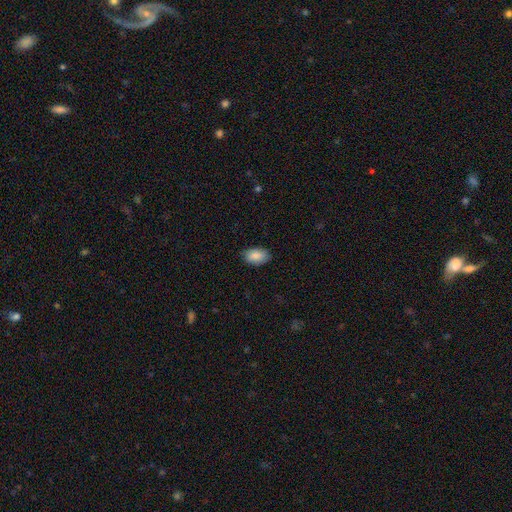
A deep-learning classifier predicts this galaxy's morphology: This is clearly a smooth galaxy (88%). How rounded: clearly in between (91%). Merging: clearly none (81%).